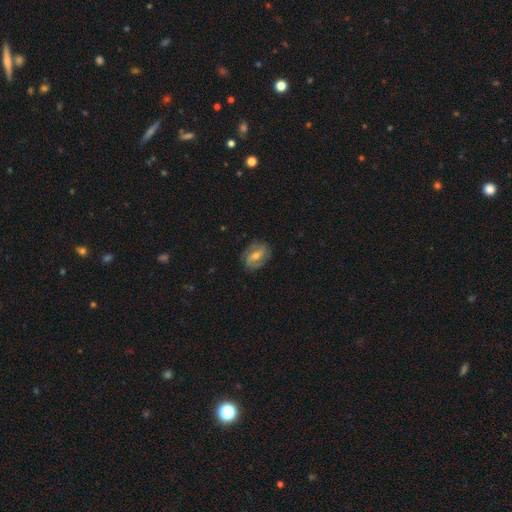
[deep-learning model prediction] Overall: featured or disk (73%). Edge-on disk: no (95%). Bar: weak (43%; strong 37%). Spiral arms: yes (87%). Spiral arm count: 2 (75%). Spiral winding: medium (40%; tight 39%). Bulge size: moderate (58%; small 37%). Merging: none (80%).